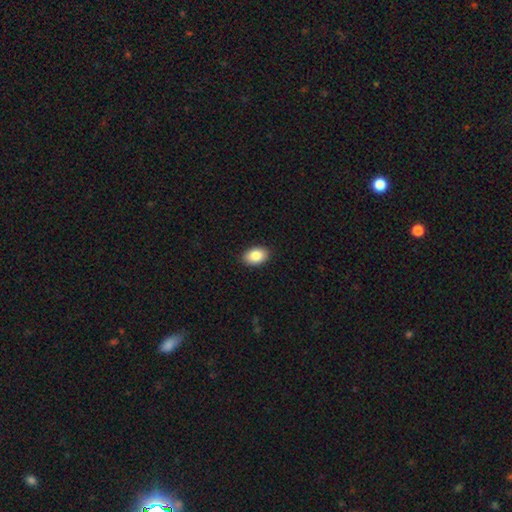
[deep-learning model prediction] A smooth galaxy with no disk features (88%) that is in between round and cigar-shaped (86%). Merging: none (90%).